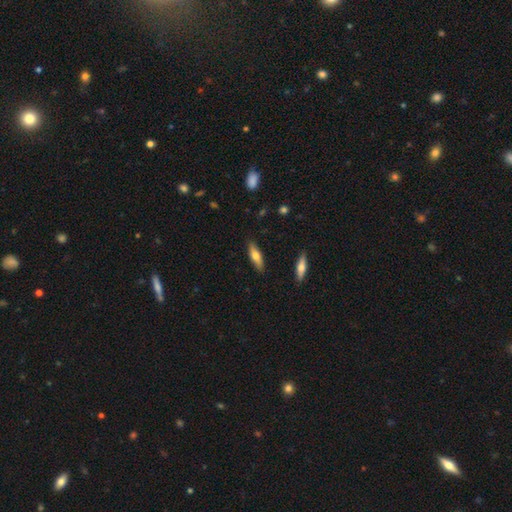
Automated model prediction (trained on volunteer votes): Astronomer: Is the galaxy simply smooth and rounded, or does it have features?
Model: smooth — 59%.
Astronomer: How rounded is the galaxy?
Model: cigar-shaped — 55% (runner-up: in between, 42%).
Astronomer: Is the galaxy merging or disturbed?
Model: none — 87%.